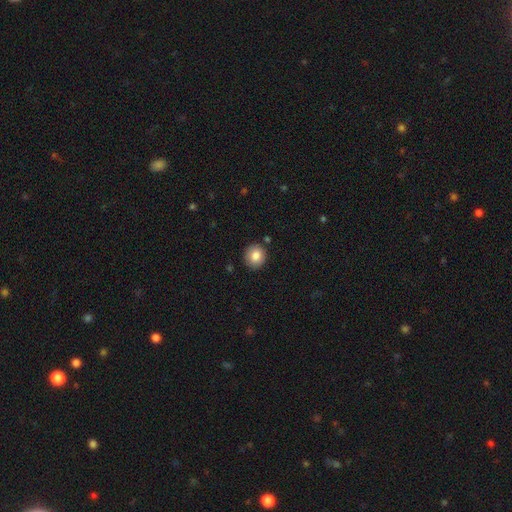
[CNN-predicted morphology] The model was most divided on "how rounded": round: 86%, in between: 13%, cigar-shaped: 1%. More confident: merging — none (88%); smooth or featured — smooth (85%).